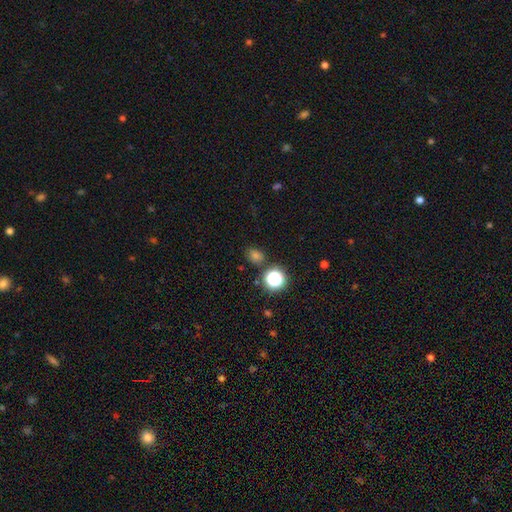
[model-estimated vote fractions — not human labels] smooth 60%, star or artifact 33%, featured or disk 6%. Down the decision tree: how rounded — round (69%); merging — none (81%).